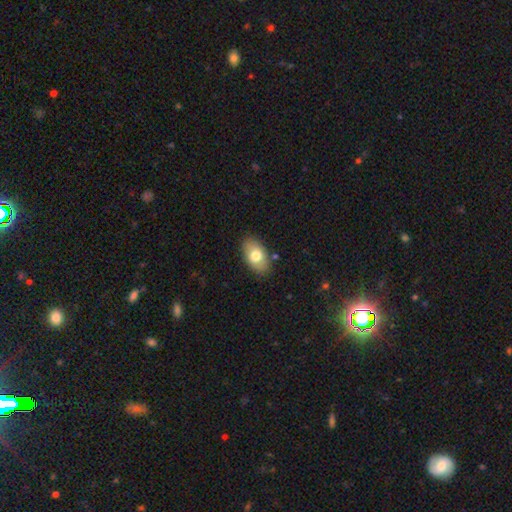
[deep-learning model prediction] This appears to be a smooth galaxy with no disk features (75%) that is in between round and cigar-shaped (92%). Merging: none (84%).